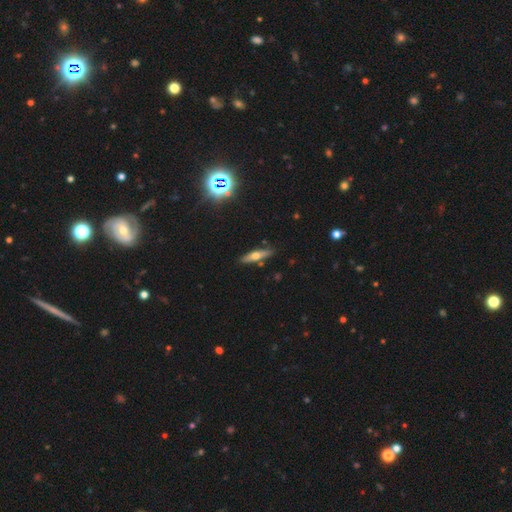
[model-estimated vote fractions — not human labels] Smooth or featured? smooth (46%)
Merging? none (84%)